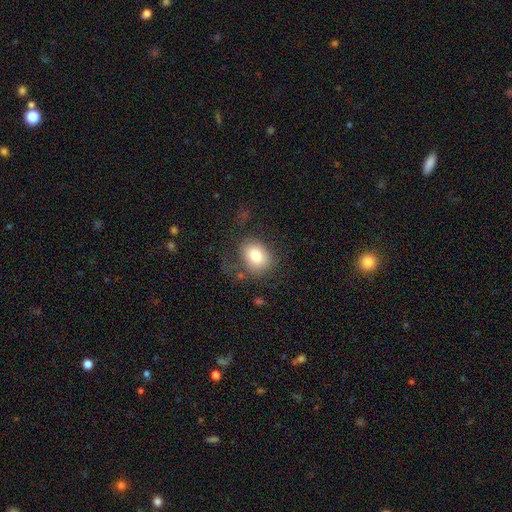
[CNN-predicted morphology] Q: Smooth or featured?
A: smooth (79%); runner-up: featured or disk (12%)
Q: How rounded?
A: in between (53%); runner-up: round (46%)
Q: Merging?
A: none (60%); runner-up: minor disturbance (21%)